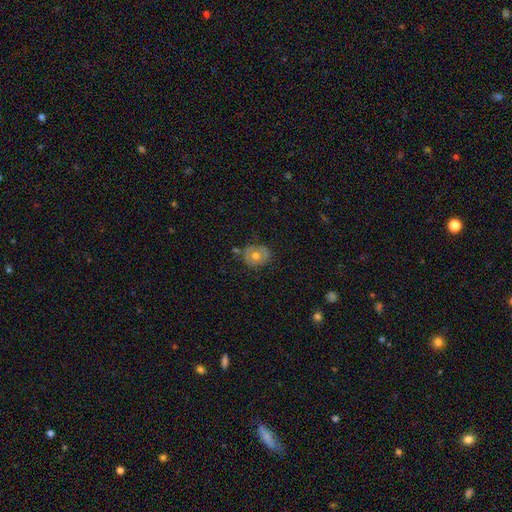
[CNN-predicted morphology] Overall: smooth (49%; featured or disk 43%). Merging: none (76%).